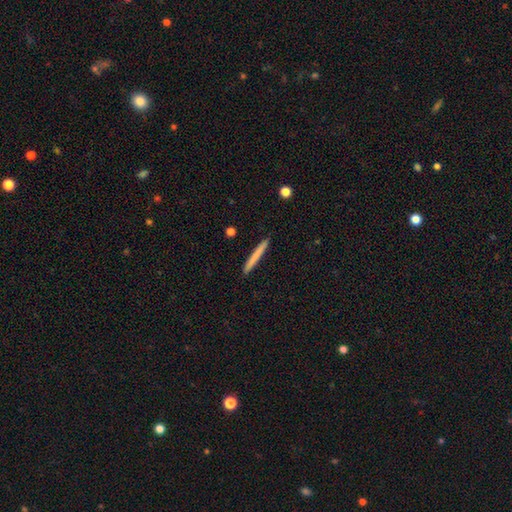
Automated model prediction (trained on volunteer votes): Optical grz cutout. It shows a smooth galaxy with no disk features (72%) that is cigar-shaped (97%). Merging: none (92%).